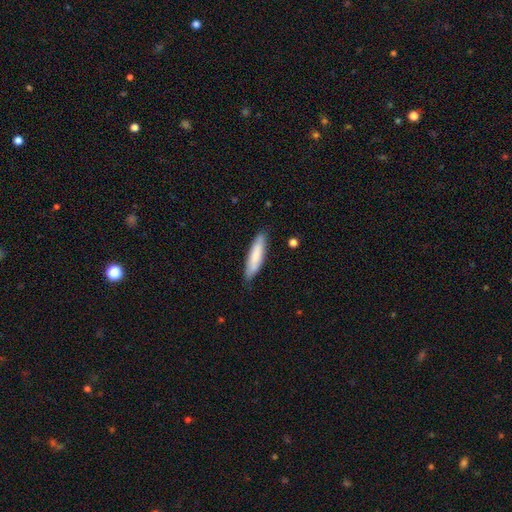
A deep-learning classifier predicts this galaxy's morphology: Smooth or featured?
  - smooth: 79% *
  - featured or disk: 16%
  - star or artifact: 5%
How rounded?
  - cigar-shaped: 73% *
  - in between: 26%
  - round: 1%
Merging?
  - none: 81% *
  - minor disturbance: 15%
  - major disturbance: 2%
  - merger: 1%